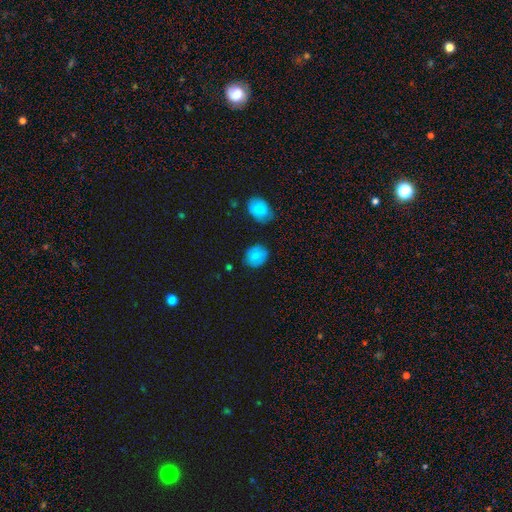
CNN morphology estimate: Q: Smooth or featured?
A: smooth (82%); runner-up: featured or disk (9%)
Q: How rounded?
A: round (57%); runner-up: in between (42%)
Q: Merging?
A: none (78%); runner-up: minor disturbance (16%)